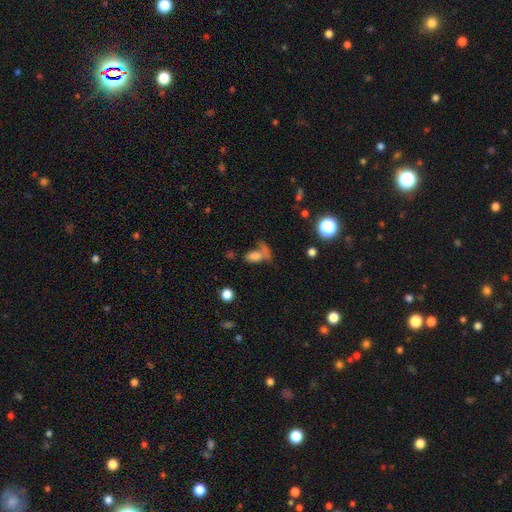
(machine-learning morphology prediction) A smooth galaxy with no disk features (59%) that is in between round and cigar-shaped (76%). Merging: none (35%).